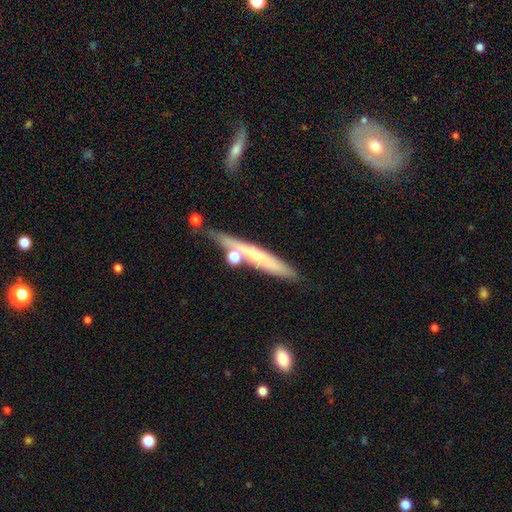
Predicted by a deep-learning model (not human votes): Smooth or featured? Predicted: featured or disk (p=0.50). Merging? Predicted: none (p=0.71).